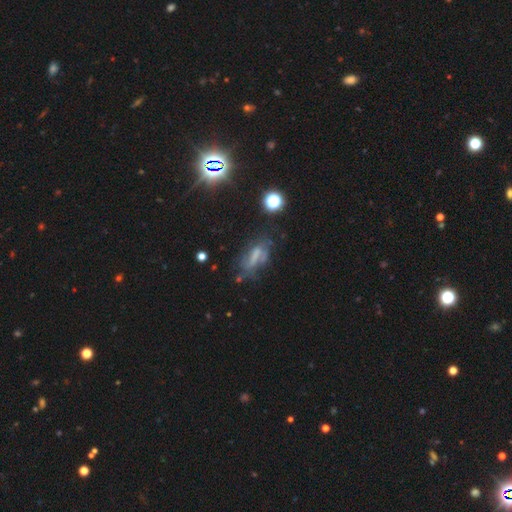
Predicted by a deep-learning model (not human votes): Smooth or featured: featured or disk — 45% (smooth — 32%)
Merging: none — 45% (minor disturbance — 25%)